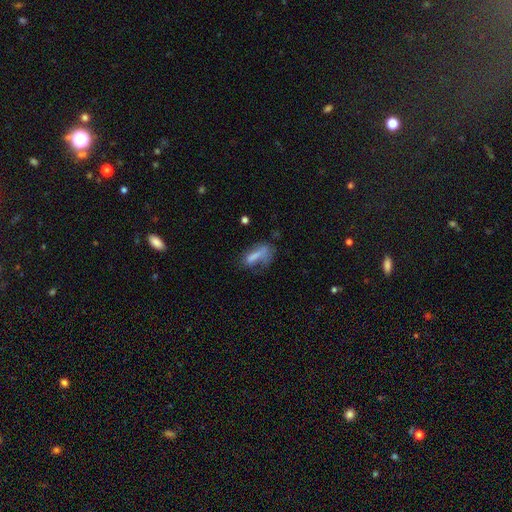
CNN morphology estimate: The model was most divided on "how rounded": in between: 50%, cigar-shaped: 46%, round: 4%. Remaining: smooth or featured — smooth (66%); merging — none (38%).